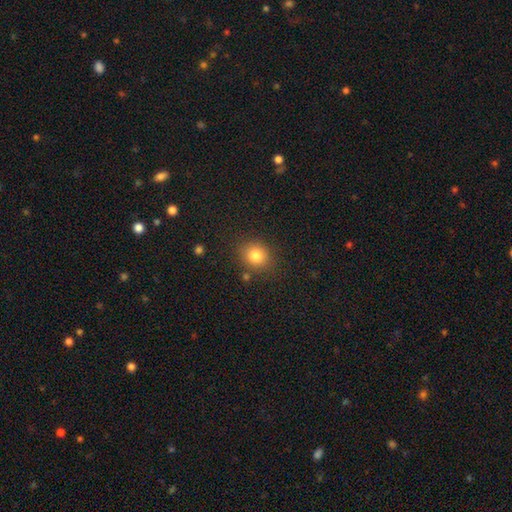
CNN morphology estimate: smooth_or_featured: smooth (p=0.82) [alt: star or artifact p=0.12]
how_rounded: round (p=0.77) [alt: in between p=0.22]
merging: none (p=0.81) [alt: minor disturbance p=0.11]